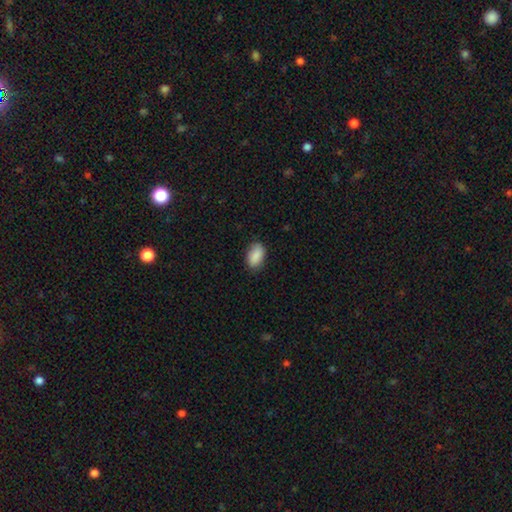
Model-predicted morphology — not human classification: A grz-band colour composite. It shows a smooth galaxy with no disk features (90%) that is in between round and cigar-shaped (92%). Merging: none (82%).